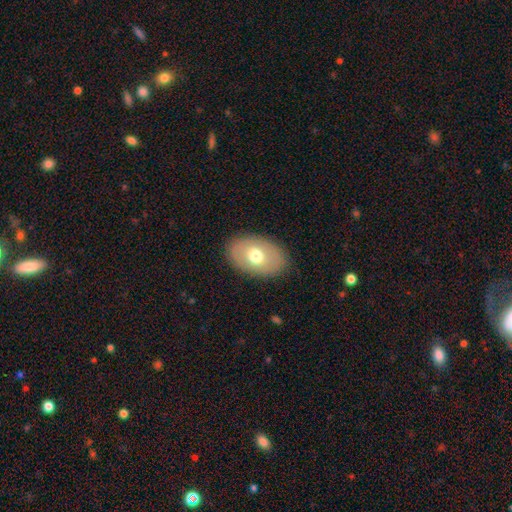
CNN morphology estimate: smooth_or_featured: smooth (p=0.65) [alt: featured or disk p=0.28]
how_rounded: in between (p=0.85) [alt: round p=0.14]
merging: none (p=0.86) [alt: minor disturbance p=0.10]